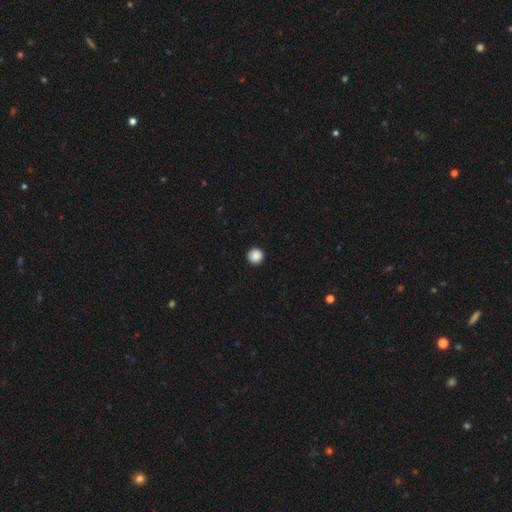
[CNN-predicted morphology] smooth_or_featured: smooth (p=0.88) [alt: star or artifact p=0.09]
how_rounded: round (p=0.96) [alt: in between p=0.03]
merging: none (p=0.93) [alt: minor disturbance p=0.04]